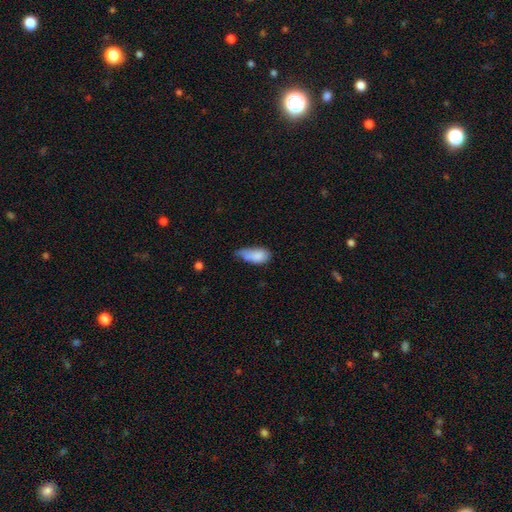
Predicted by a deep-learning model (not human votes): A smooth galaxy with no disk features (82%) that is in between round and cigar-shaped (89%). Merging: minor disturbance (47%).